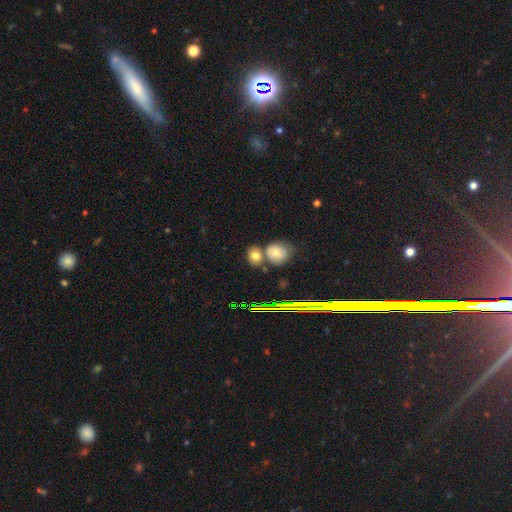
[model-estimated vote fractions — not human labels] smooth 70%, star or artifact 18%, featured or disk 12%. Down the decision tree: how rounded — round (56%); merging — none (53%).